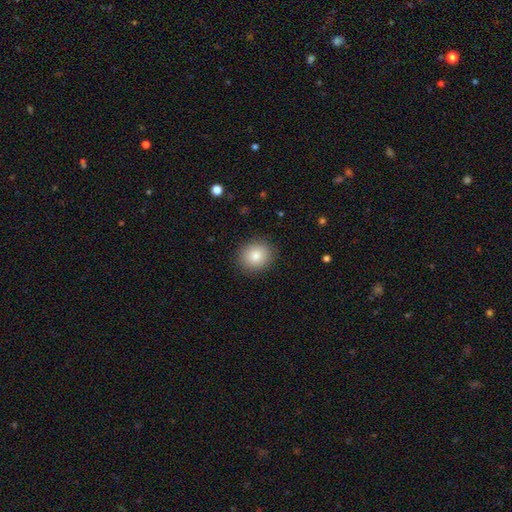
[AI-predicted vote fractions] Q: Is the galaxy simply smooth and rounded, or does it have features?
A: smooth — 83%.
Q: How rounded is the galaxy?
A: round — 79%.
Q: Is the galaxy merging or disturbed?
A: none — 89%.